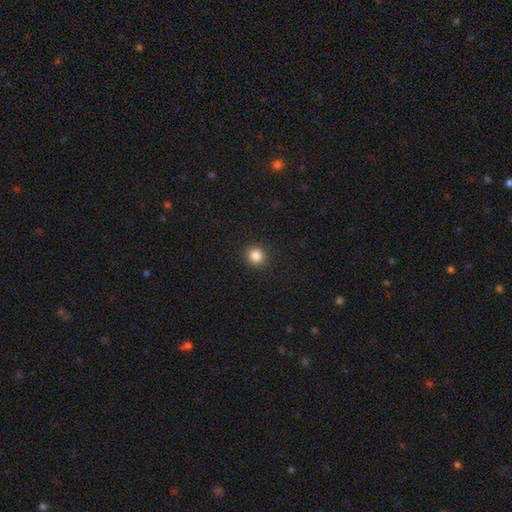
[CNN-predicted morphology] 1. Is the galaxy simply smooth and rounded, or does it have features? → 85% smooth, 11% star or artifact, 4% featured or disk.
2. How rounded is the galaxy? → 91% round, 8% in between, 1% cigar-shaped.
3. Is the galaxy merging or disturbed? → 92% none, 5% minor disturbance, 2% major disturbance, 1% merger.